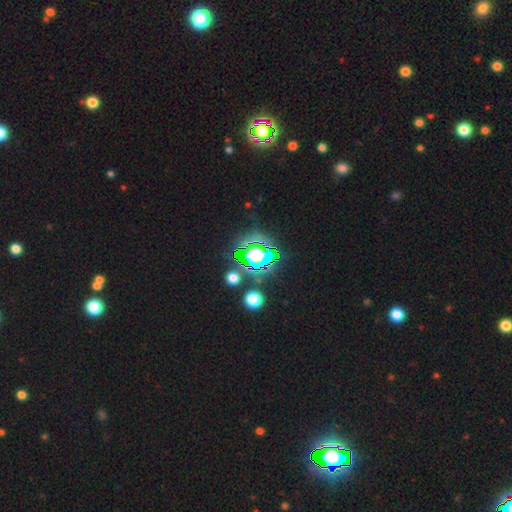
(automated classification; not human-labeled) The model was most divided on "smooth or featured": star or artifact: 63%, smooth: 22%, featured or disk: 15%.